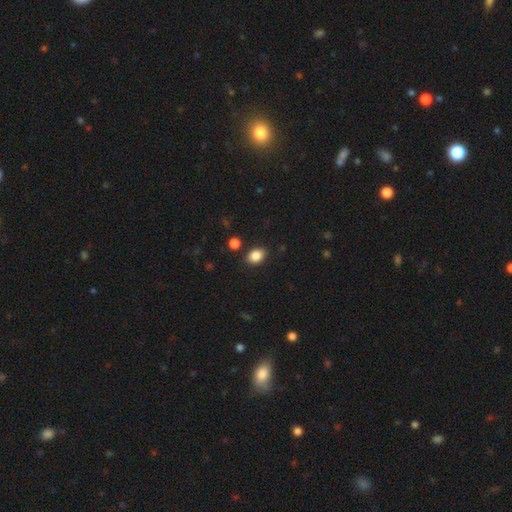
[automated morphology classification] This appears to be a smooth galaxy with no disk features (86%) that is in between round and cigar-shaped (72%). Merging: none (84%).